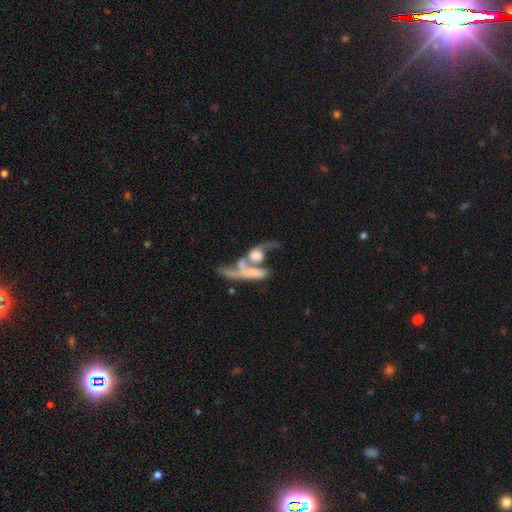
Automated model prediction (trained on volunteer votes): A star or artifact, not a galaxy (42%).

Vote fractions:
- Smooth or featured? star or artifact: 42% / featured or disk: 34% / smooth: 24%